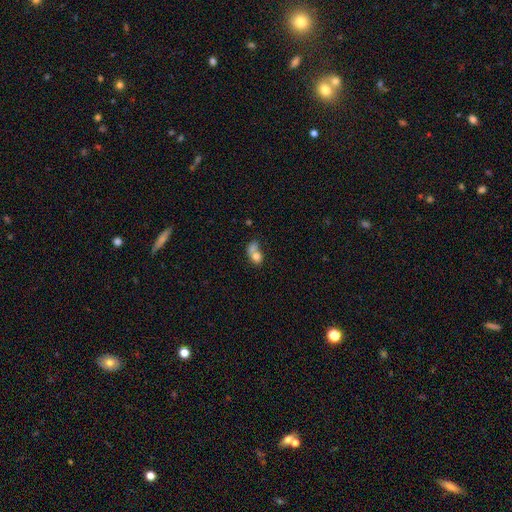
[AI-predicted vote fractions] This appears to be a smooth galaxy with no disk features (72%) that is in between round and cigar-shaped (59%). Merging: merger (56%).